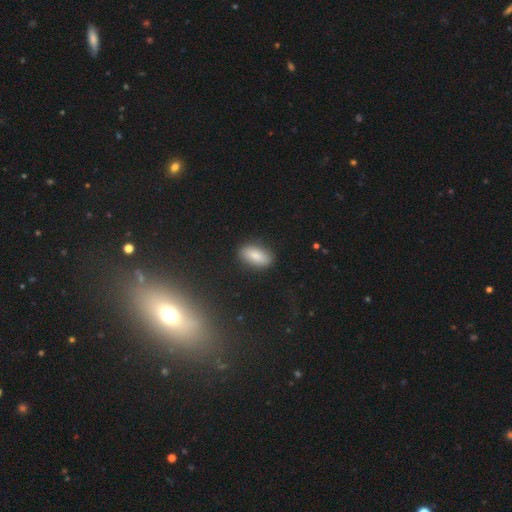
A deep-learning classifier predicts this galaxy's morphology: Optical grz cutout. It shows a smooth galaxy with no disk features (82%) that is in between round and cigar-shaped (87%). Merging: none (85%).